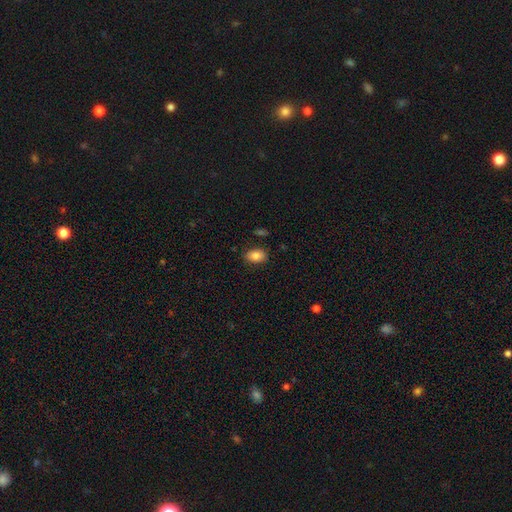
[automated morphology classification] A smooth galaxy with no disk features (83%) that is in between round and cigar-shaped (85%). Merging: none (85%).